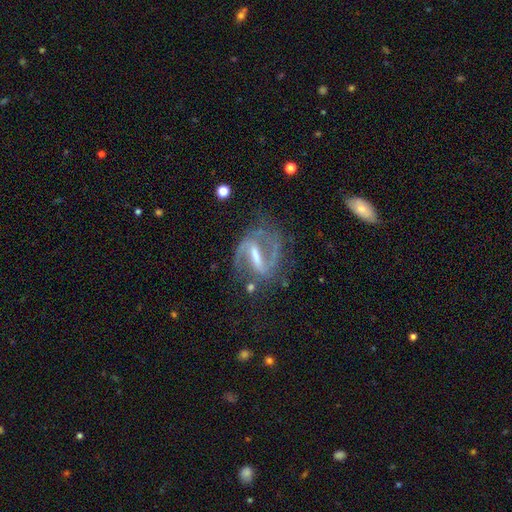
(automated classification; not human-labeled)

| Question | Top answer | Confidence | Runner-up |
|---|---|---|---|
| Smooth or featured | featured or disk | 89% | star or artifact (6%) |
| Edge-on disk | no | 96% | yes (4%) |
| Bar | strong | 64% | weak (29%) |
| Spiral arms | yes | 96% | no (4%) |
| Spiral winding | medium | 56% | loose (25%) |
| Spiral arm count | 2 | 90% | can't tell (4%) |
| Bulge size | small | 38% | moderate (35%) |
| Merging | none | 66% | minor disturbance (18%) |